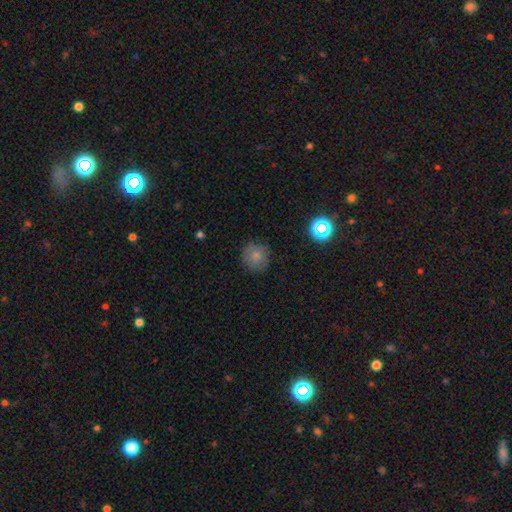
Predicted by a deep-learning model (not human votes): Morphology: type=smooth (78%); roundness=round (93%); merging=none (84%).